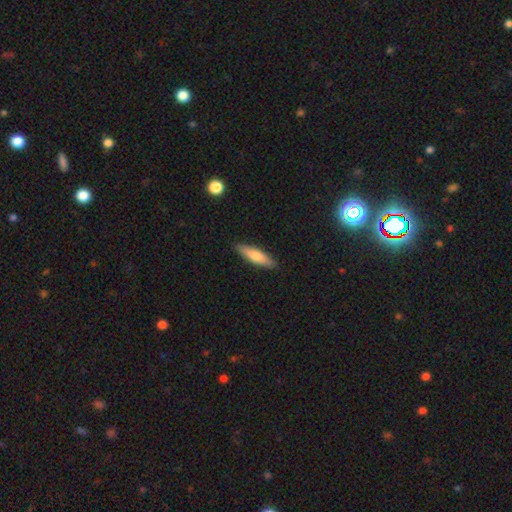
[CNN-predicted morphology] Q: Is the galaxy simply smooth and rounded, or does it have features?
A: smooth — 68%.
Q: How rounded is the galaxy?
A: cigar-shaped — 71%.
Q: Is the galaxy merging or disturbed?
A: none — 90%.